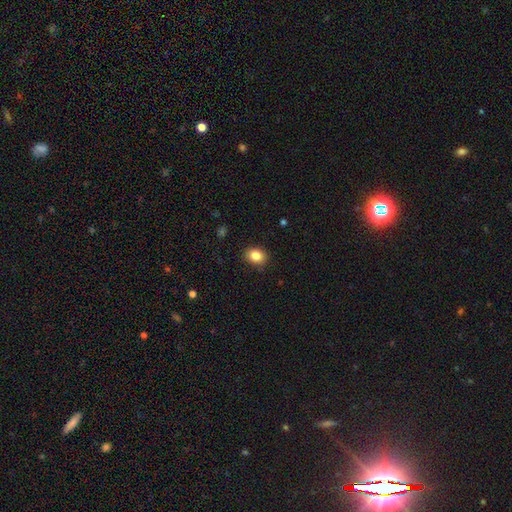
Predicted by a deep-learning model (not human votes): A smooth galaxy with no disk features (85%) that is round (50%). Merging: none (86%).